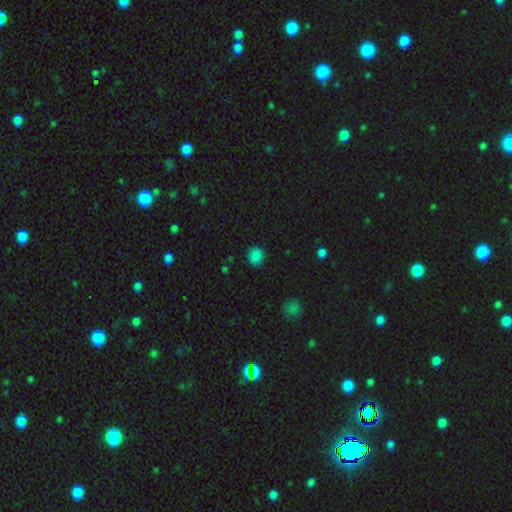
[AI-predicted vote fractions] smooth-or-featured: smooth: 83% | star or artifact: 14% | featured or disk: 3%
  how-rounded: round: 77% | in between: 22% | cigar-shaped: 1%
  merging: none: 86% | minor disturbance: 10% | major disturbance: 3% | merger: 1%